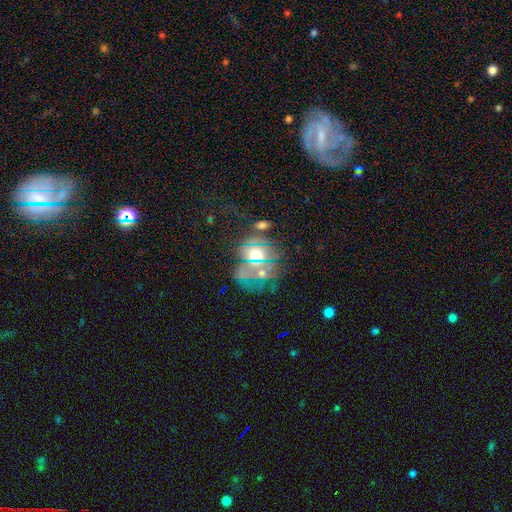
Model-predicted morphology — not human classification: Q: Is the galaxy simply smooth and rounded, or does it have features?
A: smooth — 34%.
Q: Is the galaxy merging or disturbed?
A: none — 42%.